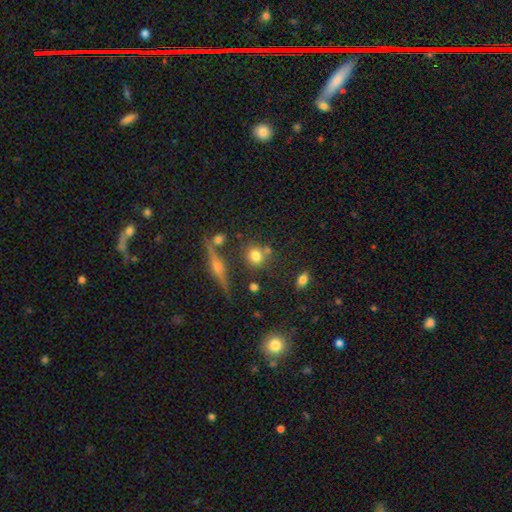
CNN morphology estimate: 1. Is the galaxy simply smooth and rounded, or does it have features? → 72% smooth, 14% featured or disk, 13% star or artifact.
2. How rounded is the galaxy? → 76% round, 20% in between, 3% cigar-shaped.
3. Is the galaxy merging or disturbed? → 66% none, 16% merger, 13% minor disturbance, 5% major disturbance.